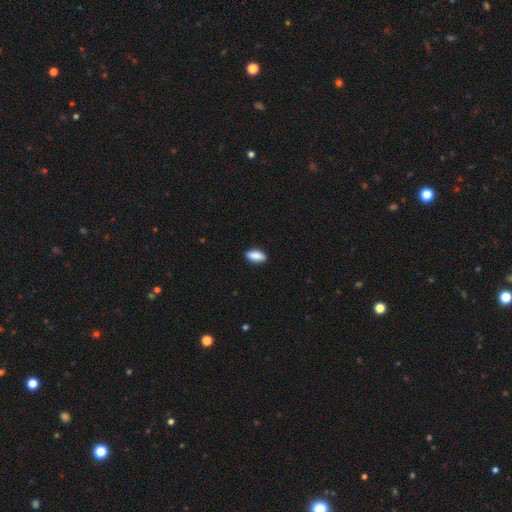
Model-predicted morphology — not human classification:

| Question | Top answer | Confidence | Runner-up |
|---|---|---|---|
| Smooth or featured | smooth | 88% | star or artifact (6%) |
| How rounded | in between | 86% | cigar-shaped (11%) |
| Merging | none | 88% | minor disturbance (9%) |